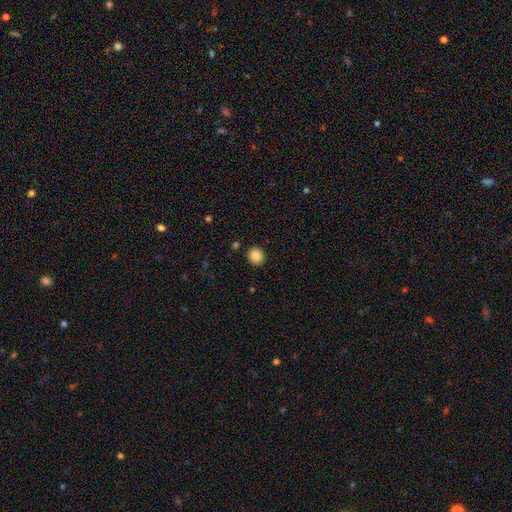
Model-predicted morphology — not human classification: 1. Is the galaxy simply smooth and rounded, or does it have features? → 85% smooth, 9% star or artifact, 6% featured or disk.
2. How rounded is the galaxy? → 84% round, 15% in between, 1% cigar-shaped.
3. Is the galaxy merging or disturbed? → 91% none, 6% minor disturbance, 2% merger, 2% major disturbance.